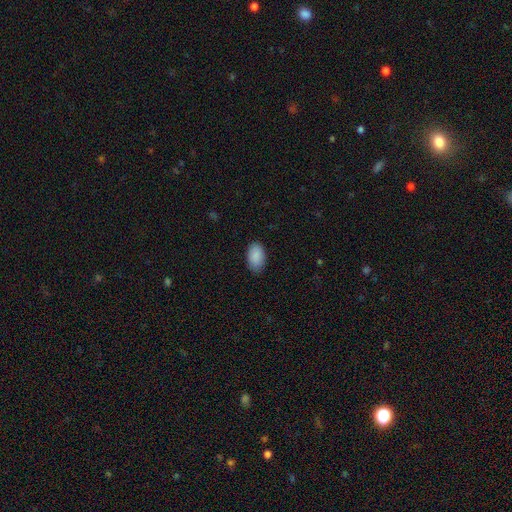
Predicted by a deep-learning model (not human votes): Smooth or featured? Predicted: smooth (p=0.90). How rounded? Predicted: in between (p=0.94). Merging? Predicted: none (p=0.84).